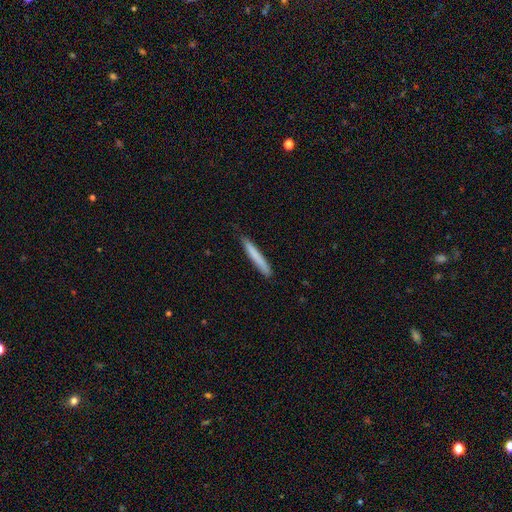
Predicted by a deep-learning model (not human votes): A smooth galaxy with no disk features (77%) that is cigar-shaped (96%).

Vote fractions:
- Smooth or featured? smooth: 77% / featured or disk: 17% / star or artifact: 6%
- How rounded? cigar-shaped: 96% / in between: 3% / round: 1%
- Merging? none: 87% / minor disturbance: 10% / major disturbance: 1% / merger: 1%